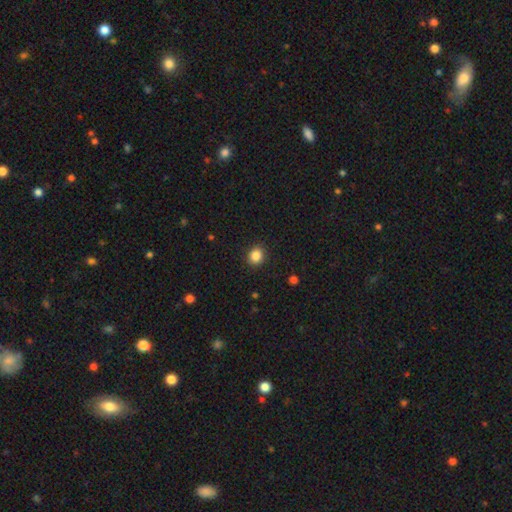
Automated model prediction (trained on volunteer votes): Q: Smooth or featured?
A: smooth (85%); runner-up: star or artifact (11%)
Q: How rounded?
A: round (76%); runner-up: in between (23%)
Q: Merging?
A: none (90%); runner-up: minor disturbance (7%)